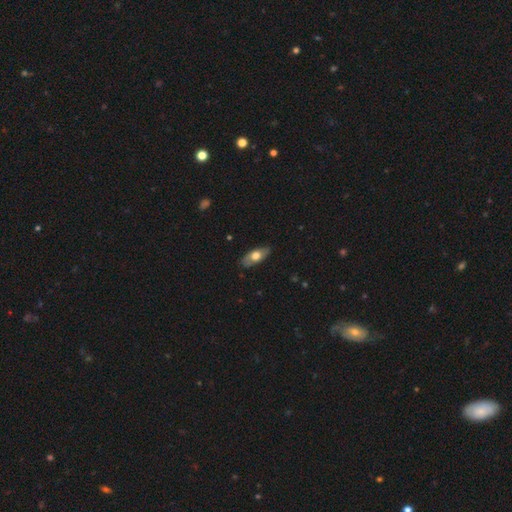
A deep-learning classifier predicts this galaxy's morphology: A smooth galaxy with no disk features (59%) that is in between round and cigar-shaped (84%). Merging: none (83%).